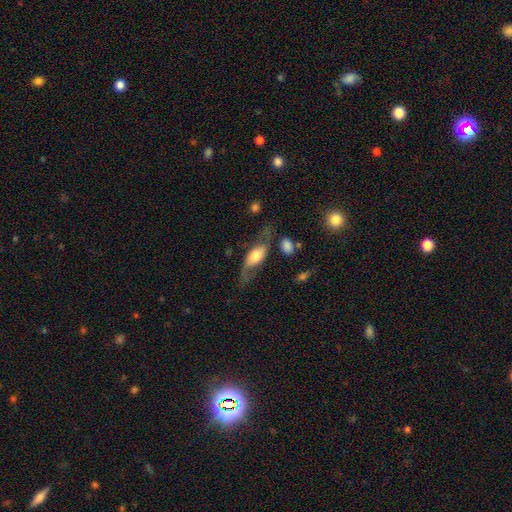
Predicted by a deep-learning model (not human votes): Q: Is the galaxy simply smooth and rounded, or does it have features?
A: featured or disk — 53%.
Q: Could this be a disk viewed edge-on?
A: no — 67%.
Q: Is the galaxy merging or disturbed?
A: none — 53%.